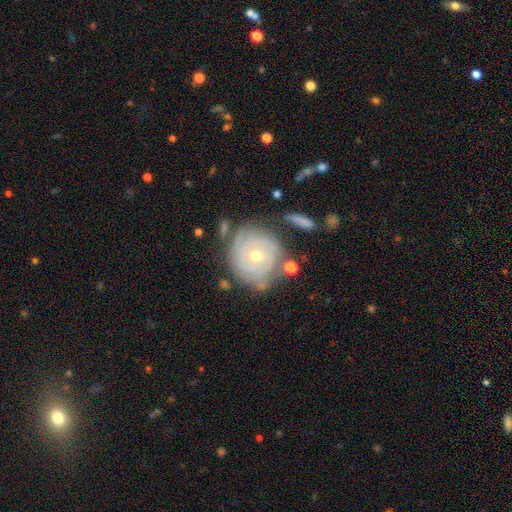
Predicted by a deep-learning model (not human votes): Smooth or featured: featured or disk — 77% (smooth — 17%)
Edge-on disk: no — 97% (yes — 3%)
Bar: no — 77% (weak — 19%)
Spiral arms: yes — 88% (no — 12%)
Spiral winding: tight — 84% (medium — 12%)
Spiral arm count: can't tell — 45% (2 — 21%)
Bulge size: moderate — 52% (small — 45%)
Merging: none — 69% (minor disturbance — 19%)